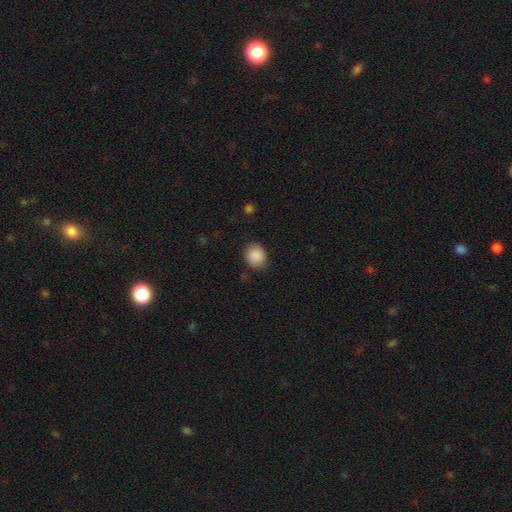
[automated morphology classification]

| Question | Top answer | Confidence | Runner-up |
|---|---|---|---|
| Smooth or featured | smooth | 87% | star or artifact (8%) |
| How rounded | round | 70% | in between (29%) |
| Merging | none | 80% | minor disturbance (15%) |